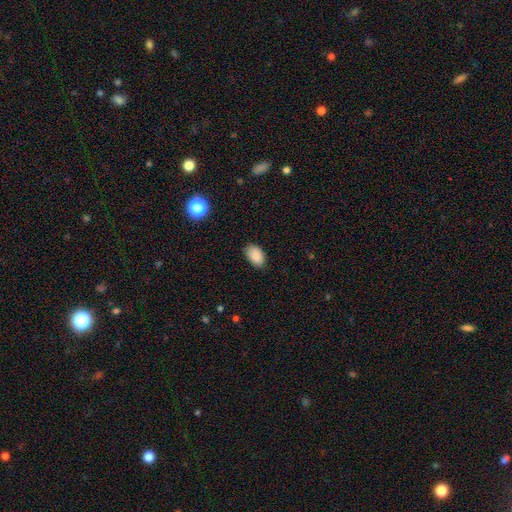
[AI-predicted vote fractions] A smooth galaxy with no disk features (88%) that is in between round and cigar-shaped (91%). Merging: none (80%).